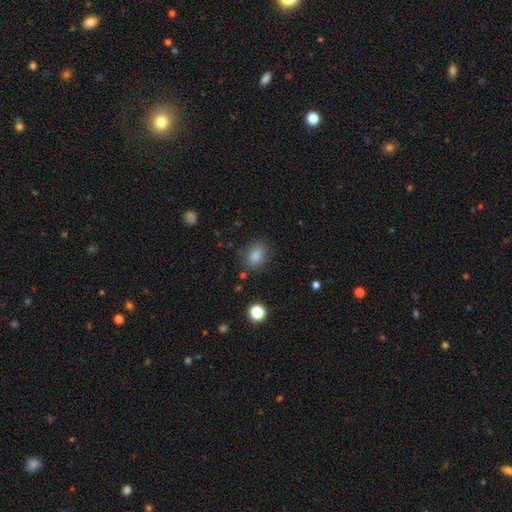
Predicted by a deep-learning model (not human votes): This appears to be a smooth galaxy with no disk features (84%) that is in between round and cigar-shaped (57%). Merging: none (80%).